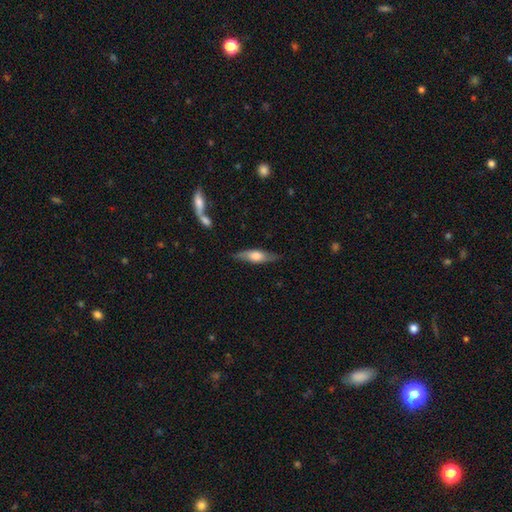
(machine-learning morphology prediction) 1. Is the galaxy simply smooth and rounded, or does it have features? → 49% featured or disk, 45% smooth, 6% star or artifact.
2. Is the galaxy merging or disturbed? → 79% none, 15% minor disturbance, 4% major disturbance, 2% merger.